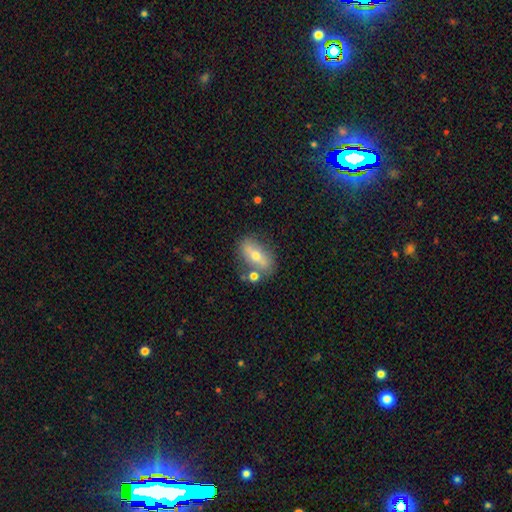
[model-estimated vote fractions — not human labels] The model was most divided on "smooth or featured": smooth: 47%, featured or disk: 44%, star or artifact: 9%. More confident: merging — none (70%).